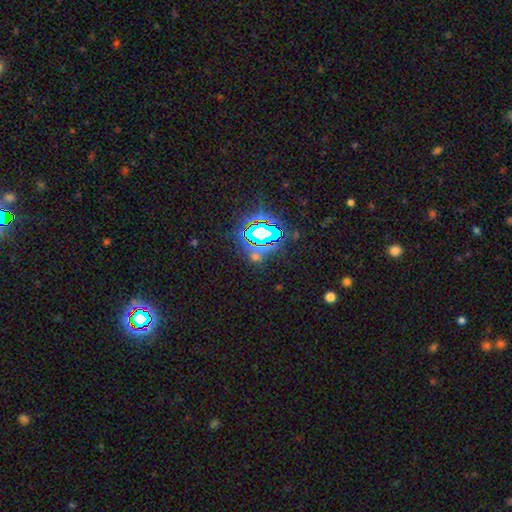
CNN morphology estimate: smooth-or-featured: star or artifact: 70% | smooth: 20% | featured or disk: 10%